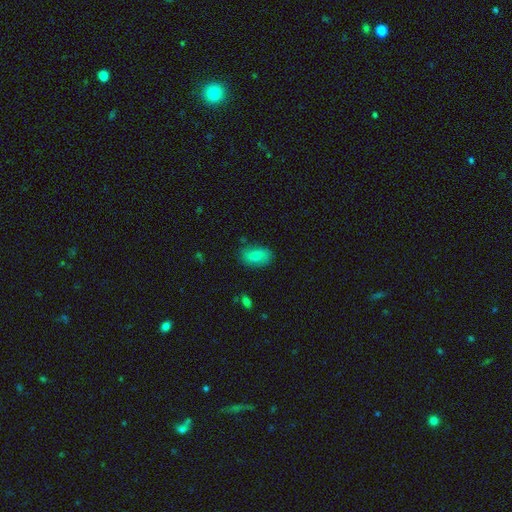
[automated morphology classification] Smooth or featured? smooth (74%)
How rounded? in between (88%)
Merging? none (77%)